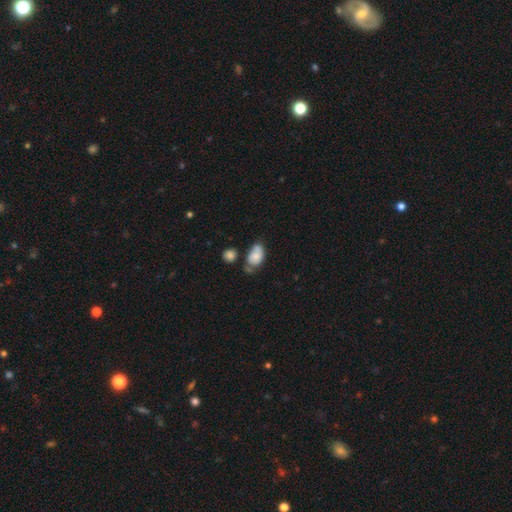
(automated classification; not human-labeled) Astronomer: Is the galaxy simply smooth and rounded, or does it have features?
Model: smooth — 72%.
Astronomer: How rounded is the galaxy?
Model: in between — 87%.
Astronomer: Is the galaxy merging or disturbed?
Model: none — 37% (runner-up: minor disturbance, 28%).